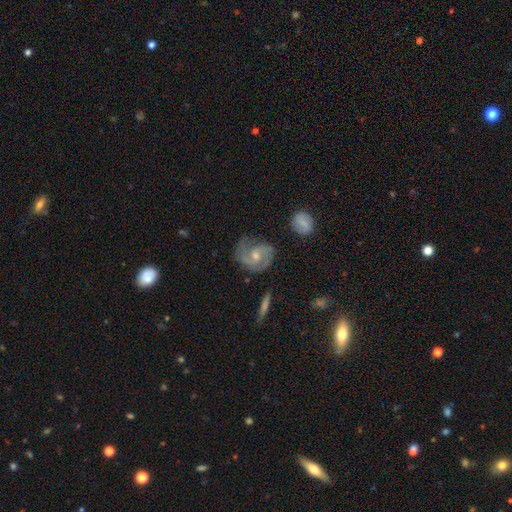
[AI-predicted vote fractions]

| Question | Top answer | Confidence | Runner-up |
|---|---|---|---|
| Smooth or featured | featured or disk | 84% | smooth (10%) |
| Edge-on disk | no | 97% | yes (3%) |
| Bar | no | 53% | weak (38%) |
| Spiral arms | yes | 96% | no (4%) |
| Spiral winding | medium | 45% | tight (41%) |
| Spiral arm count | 2 | 74% | 1 (10%) |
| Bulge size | moderate | 52% | small (43%) |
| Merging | none | 68% | minor disturbance (20%) |